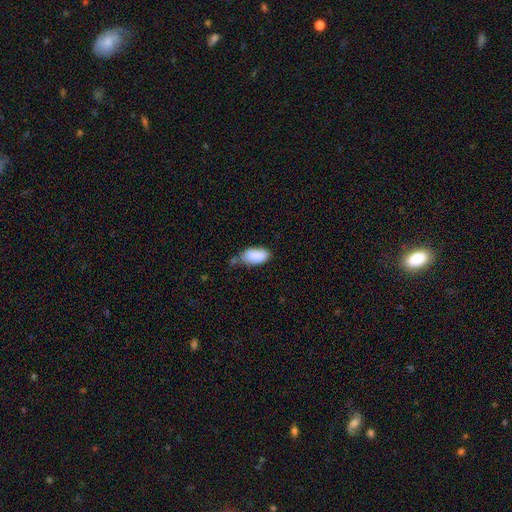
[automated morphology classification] Smooth or featured? Predicted: smooth (p=0.88). How rounded? Predicted: in between (p=0.94). Merging? Predicted: none (p=0.43).